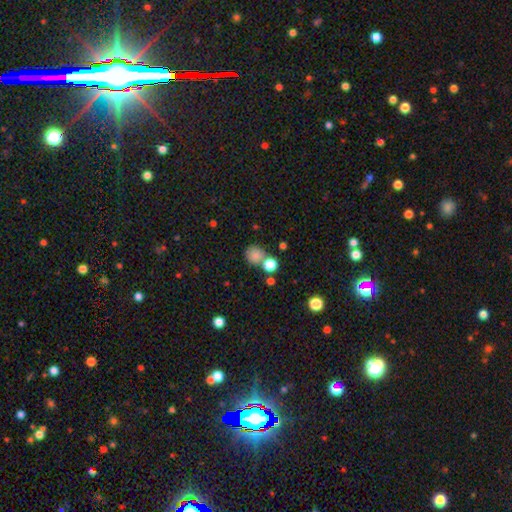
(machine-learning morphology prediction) Smooth or featured?
  - smooth: 80% *
  - star or artifact: 12%
  - featured or disk: 7%
How rounded?
  - round: 88% *
  - in between: 11%
  - cigar-shaped: 1%
Merging?
  - none: 60% *
  - merger: 24%
  - minor disturbance: 11%
  - major disturbance: 4%